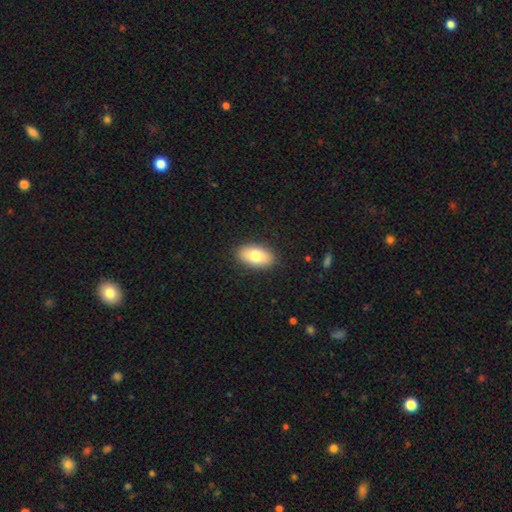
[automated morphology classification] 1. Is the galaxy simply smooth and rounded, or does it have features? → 77% smooth, 16% featured or disk, 7% star or artifact.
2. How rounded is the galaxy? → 92% in between, 5% round, 2% cigar-shaped.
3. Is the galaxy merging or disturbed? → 89% none, 8% minor disturbance, 2% major disturbance, 1% merger.